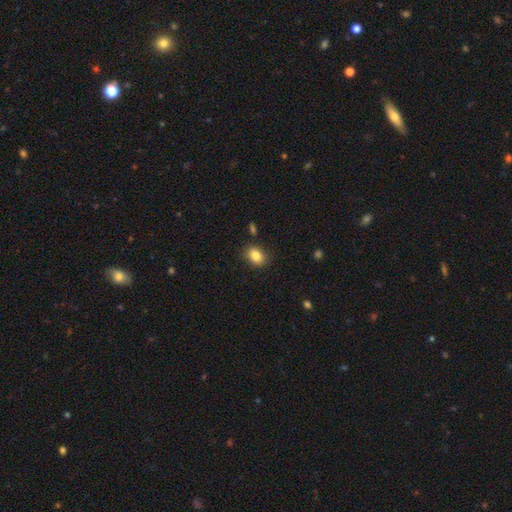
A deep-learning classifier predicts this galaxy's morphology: The model was most divided on "how rounded": in between: 68%, round: 31%, cigar-shaped: 1%. More confident: smooth or featured — smooth (85%); merging — none (83%).